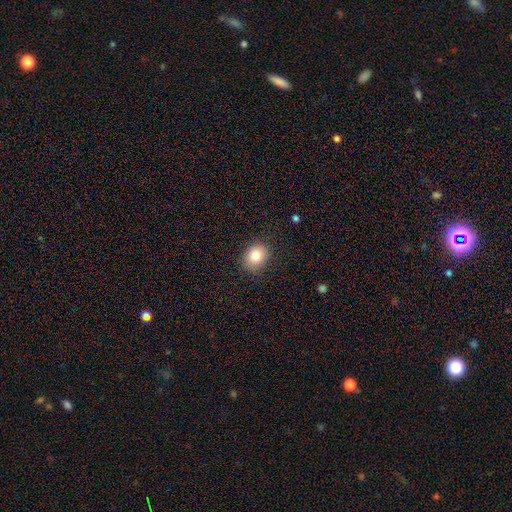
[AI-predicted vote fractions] Smooth or featured?
  - smooth: 82% *
  - star or artifact: 10%
  - featured or disk: 9%
How rounded?
  - round: 50% *
  - in between: 49%
  - cigar-shaped: 1%
Merging?
  - none: 85% *
  - minor disturbance: 11%
  - major disturbance: 3%
  - merger: 1%